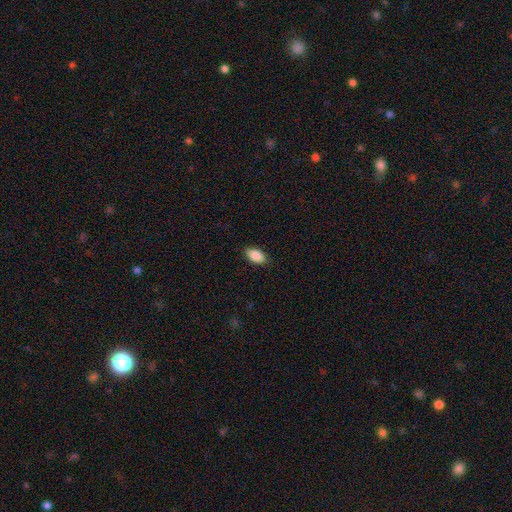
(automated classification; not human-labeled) Overall: smooth (89%). How rounded: in between (93%). Merging: none (87%).